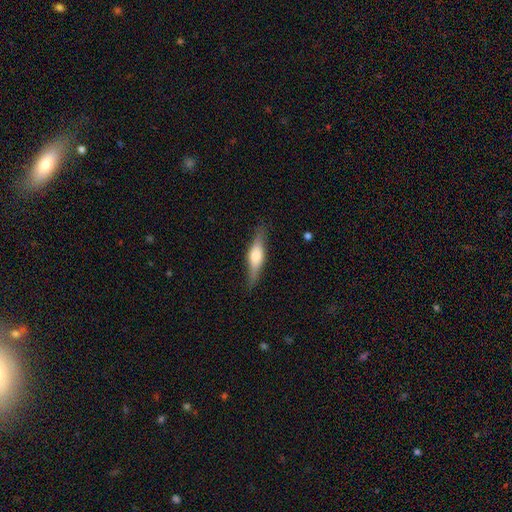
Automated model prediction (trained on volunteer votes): Smooth or featured: featured or disk — 57% (smooth — 38%)
Edge-on disk: yes — 94% (no — 6%)
Edge-on bulge: rounded — 85% (boxy — 12%)
Merging: none — 85% (minor disturbance — 12%)